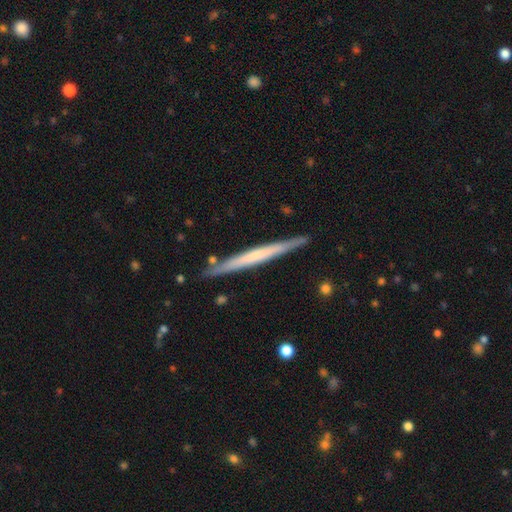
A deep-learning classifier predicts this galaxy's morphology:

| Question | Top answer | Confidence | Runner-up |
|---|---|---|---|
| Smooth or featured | featured or disk | 54% | smooth (42%) |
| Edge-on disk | yes | 97% | no (3%) |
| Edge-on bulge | none | 74% | rounded (16%) |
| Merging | none | 88% | minor disturbance (9%) |